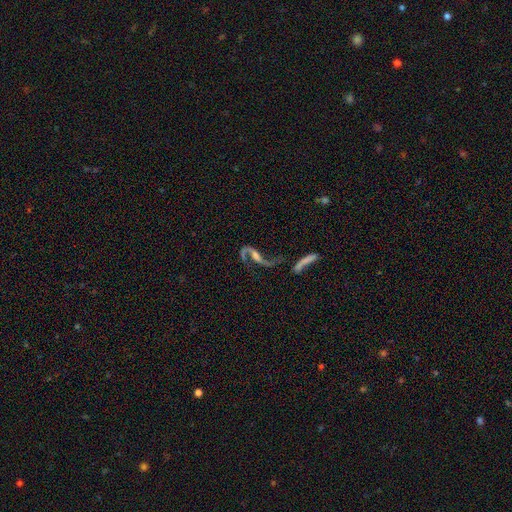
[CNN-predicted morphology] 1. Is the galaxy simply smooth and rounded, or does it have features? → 84% featured or disk, 8% smooth, 8% star or artifact.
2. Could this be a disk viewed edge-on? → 93% no, 7% yes.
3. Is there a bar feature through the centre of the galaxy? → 37% no (tied), 37% weak (tied), 27% strong.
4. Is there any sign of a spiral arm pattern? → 91% yes, 9% no.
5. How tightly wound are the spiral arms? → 86% loose, 11% medium, 3% tight.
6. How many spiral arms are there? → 86% 2, 9% 1, 2% can't tell, 1% 3, 1% 4, 1% more than 4.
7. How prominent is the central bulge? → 37% moderate, 29% small, 23% none, 8% large, 2% dominant.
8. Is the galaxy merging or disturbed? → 42% none, 25% major disturbance, 19% merger, 14% minor disturbance.